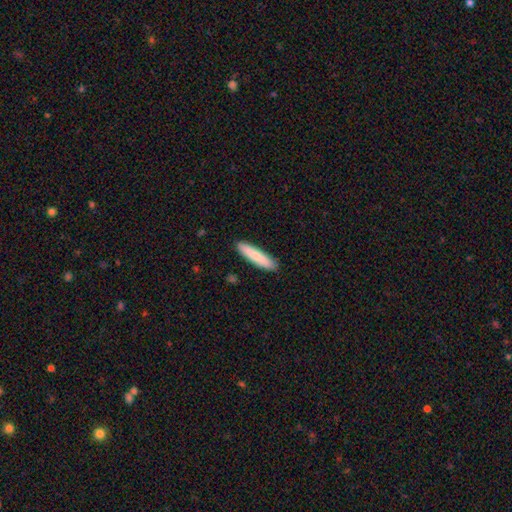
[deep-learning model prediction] A smooth galaxy with no disk features (80%) that is cigar-shaped (85%). Merging: none (90%).